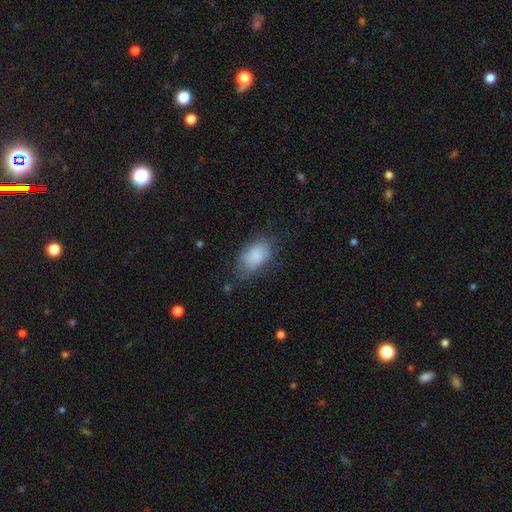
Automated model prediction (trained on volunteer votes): smooth-or-featured: smooth: 82% | featured or disk: 10% | star or artifact: 8%
  how-rounded: in between: 91% | round: 7% | cigar-shaped: 2%
  merging: none: 54% | minor disturbance: 30% | major disturbance: 13% | merger: 2%